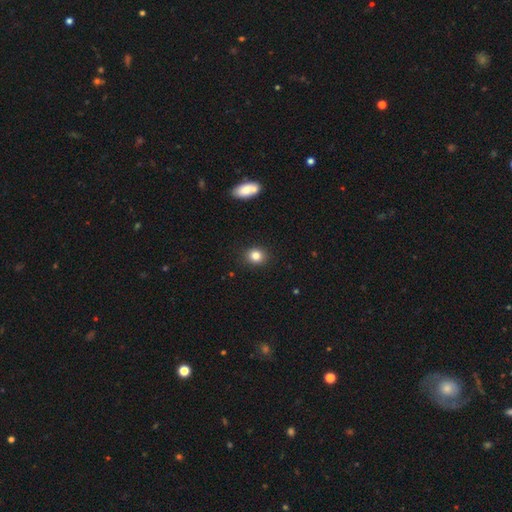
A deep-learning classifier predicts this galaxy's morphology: This is clearly a smooth galaxy (83%). How rounded: likely round (74%). Merging: clearly none (90%).